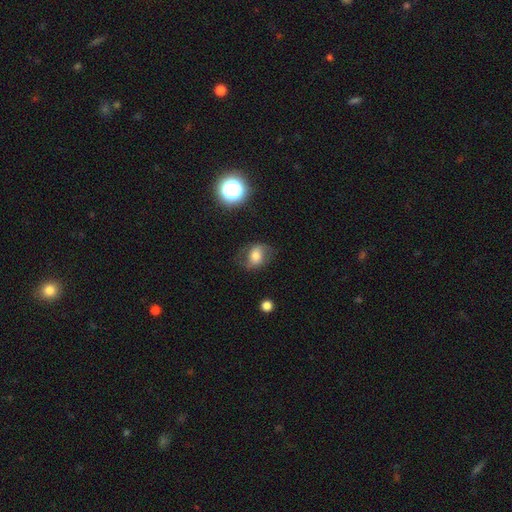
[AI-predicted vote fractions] Overall: smooth (57%; featured or disk 32%). How rounded: in between (59%; round 39%). Merging: none (64%).